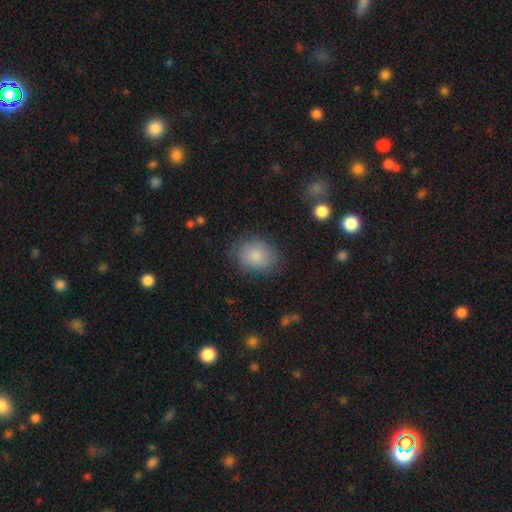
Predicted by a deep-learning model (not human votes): A smooth galaxy with no disk features (83%) that is in between round and cigar-shaped (56%).

Vote fractions:
- Smooth or featured? smooth: 83% / featured or disk: 9% / star or artifact: 8%
- How rounded? in between: 56% / round: 43% / cigar-shaped: 1%
- Merging? none: 76% / minor disturbance: 17% / major disturbance: 5% / merger: 1%